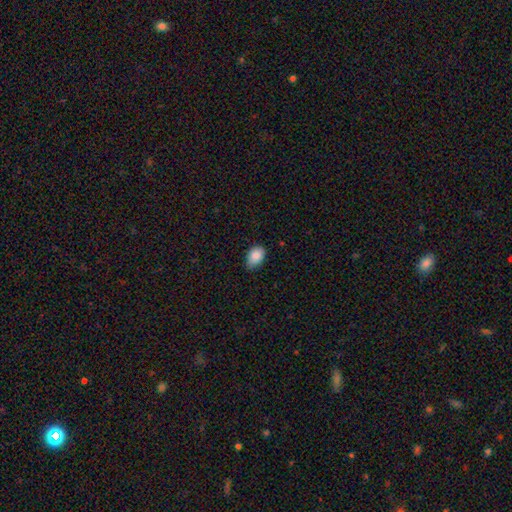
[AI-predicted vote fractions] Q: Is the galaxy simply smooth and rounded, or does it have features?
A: smooth — 88%.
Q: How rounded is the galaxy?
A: in between — 84%.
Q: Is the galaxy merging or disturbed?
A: none — 69%.